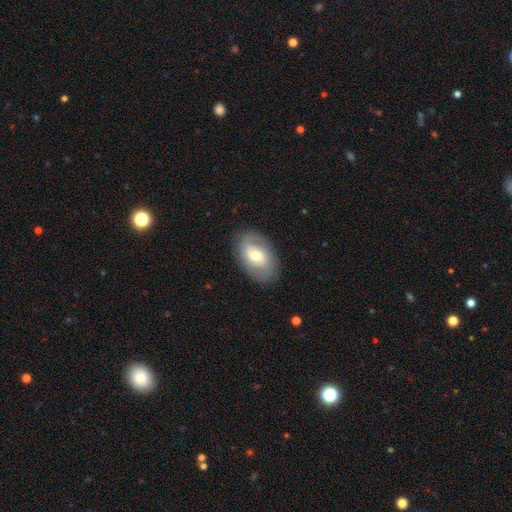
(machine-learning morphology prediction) Smooth or featured: featured or disk — 55% (smooth — 39%)
Edge-on disk: no — 93% (yes — 7%)
Bar: weak — 43% (no — 42%)
Spiral arms: yes — 64% (no — 36%)
Bulge size: moderate — 63% (small — 28%)
Merging: none — 81% (minor disturbance — 13%)